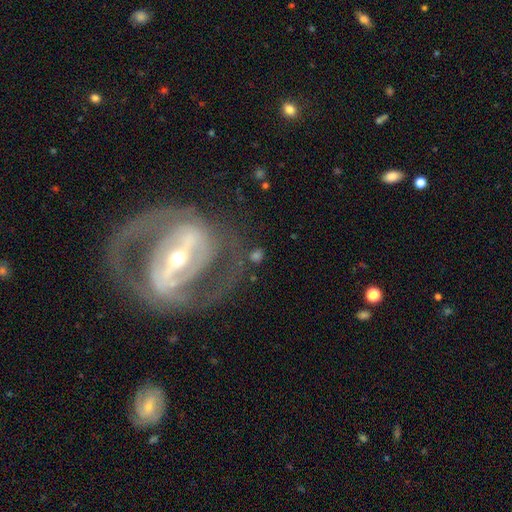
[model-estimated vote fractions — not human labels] featured or disk 68%, smooth 20%, star or artifact 11%. Down the decision tree: edge-on disk — no (92%); bar — strong (49%); spiral arms — yes (66%); bulge size — moderate (49%); merging — none (57%).